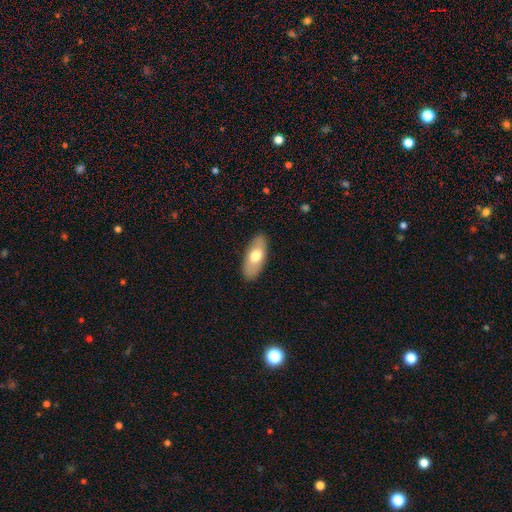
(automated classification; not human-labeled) Q: Smooth or featured?
A: smooth (67%); runner-up: featured or disk (28%)
Q: How rounded?
A: in between (86%); runner-up: cigar-shaped (11%)
Q: Merging?
A: none (88%); runner-up: minor disturbance (9%)